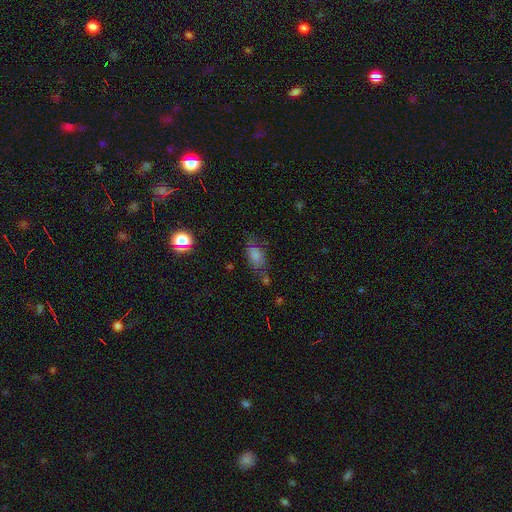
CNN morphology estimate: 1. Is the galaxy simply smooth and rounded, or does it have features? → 66% smooth, 17% star or artifact, 17% featured or disk.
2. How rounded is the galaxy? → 83% in between, 10% round, 8% cigar-shaped.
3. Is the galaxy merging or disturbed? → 61% none, 23% minor disturbance, 11% major disturbance, 6% merger.